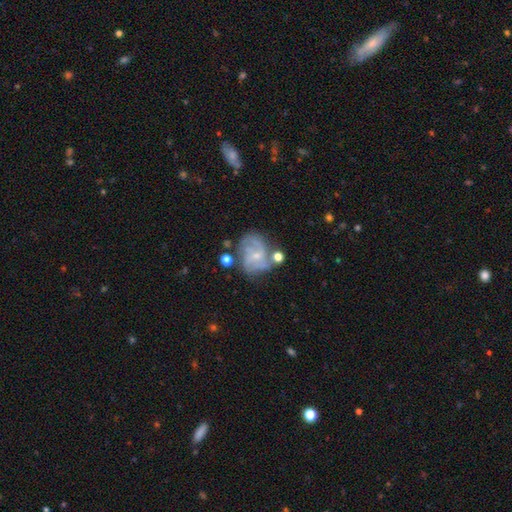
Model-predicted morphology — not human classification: Smooth or featured? Predicted: featured or disk (p=0.78). Edge-on disk? Predicted: no (p=0.98). Bar? Predicted: no (p=0.58). Spiral arms? Predicted: yes (p=0.91). Spiral winding? Predicted: medium (p=0.46). Spiral arm count? Predicted: 3 (p=0.33). Bulge size? Predicted: small (p=0.73). Merging? Predicted: none (p=0.57).